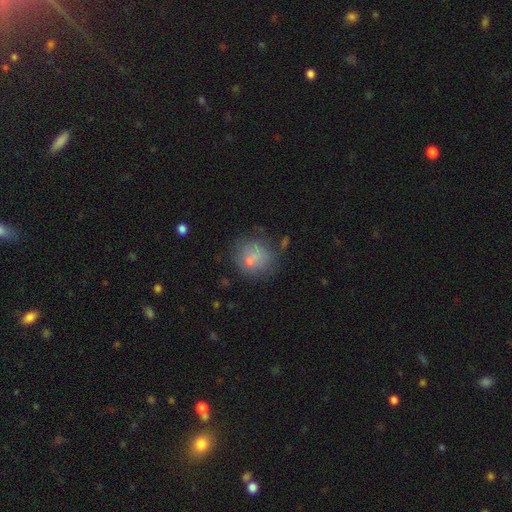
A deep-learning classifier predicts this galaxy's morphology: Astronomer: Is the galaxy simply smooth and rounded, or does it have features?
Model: smooth — 67%.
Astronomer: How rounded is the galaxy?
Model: round — 83%.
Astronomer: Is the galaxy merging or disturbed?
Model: none — 57%.